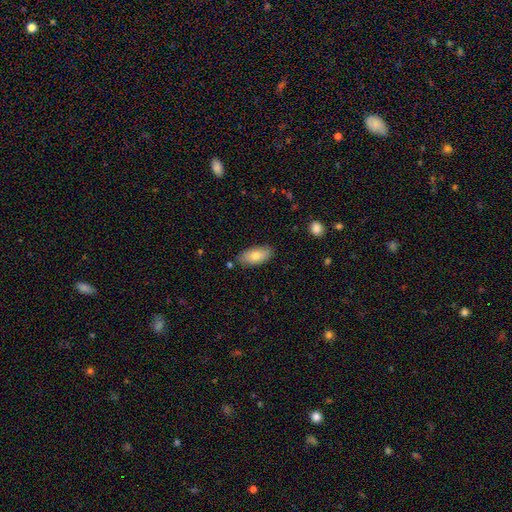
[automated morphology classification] Q: Smooth or featured?
A: smooth (76%); runner-up: featured or disk (18%)
Q: How rounded?
A: in between (88%); runner-up: cigar-shaped (10%)
Q: Merging?
A: none (81%); runner-up: minor disturbance (14%)